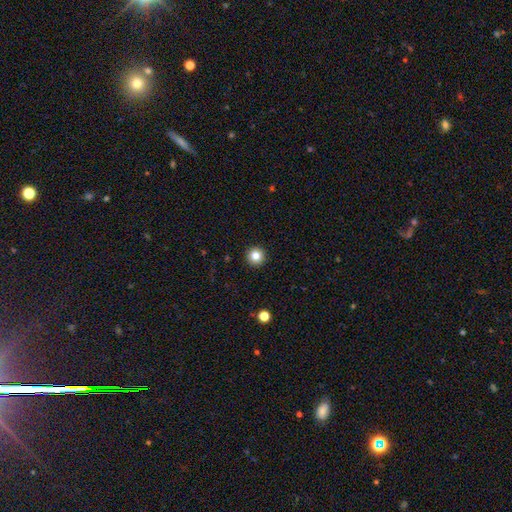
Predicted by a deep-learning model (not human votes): A smooth galaxy with no disk features (82%) that is round (96%).

Vote fractions:
- Smooth or featured? smooth: 82% / star or artifact: 11% / featured or disk: 7%
- How rounded? round: 96% / in between: 3% / cigar-shaped: 1%
- Merging? none: 94% / minor disturbance: 4% / major disturbance: 1% / merger: 1%